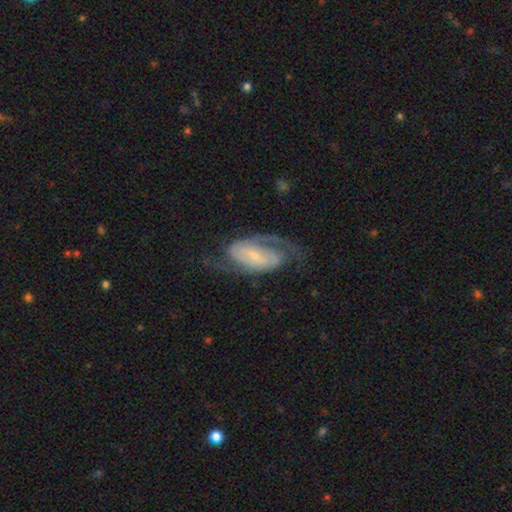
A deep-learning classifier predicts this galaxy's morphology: Smooth or featured?
  - featured or disk: 86% *
  - smooth: 9%
  - star or artifact: 5%
Edge-on disk?
  - no: 96% *
  - yes: 4%
Bar?
  - weak: 40% *
  - no: 31%
  - strong: 29%
Spiral arms?
  - yes: 95% *
  - no: 5%
Spiral winding?
  - medium: 50% *
  - tight: 25%
  - loose: 24%
Spiral arm count?
  - 2: 87% *
  - can't tell: 5%
  - 1: 4%
  - 3: 2%
  - 4: 1%
  - more than 4: 1%
Bulge size?
  - small: 71% *
  - moderate: 18%
  - none: 6%
  - large: 3%
  - dominant: 2%
Merging?
  - none: 65% *
  - major disturbance: 17%
  - minor disturbance: 16%
  - merger: 2%